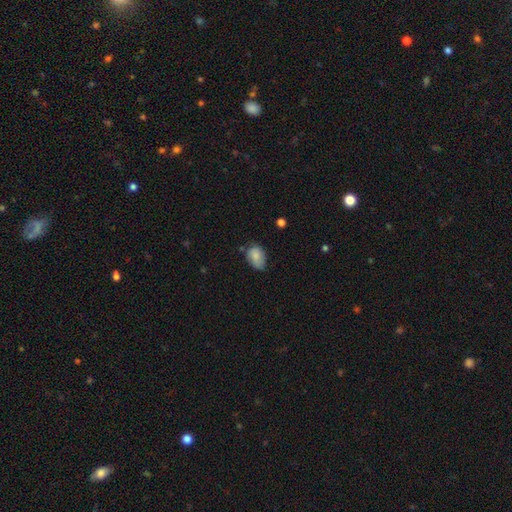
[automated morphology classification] smooth_or_featured: smooth (p=0.78) [alt: featured or disk p=0.14]
how_rounded: in between (p=0.83) [alt: round p=0.16]
merging: none (p=0.58) [alt: minor disturbance p=0.33]